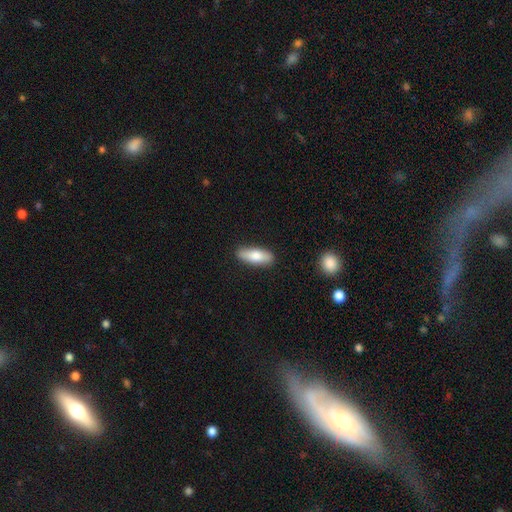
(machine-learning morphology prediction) Smooth or featured?
  - smooth: 77% *
  - featured or disk: 17%
  - star or artifact: 6%
How rounded?
  - in between: 69% *
  - cigar-shaped: 28%
  - round: 3%
Merging?
  - none: 87% *
  - minor disturbance: 9%
  - major disturbance: 2%
  - merger: 1%